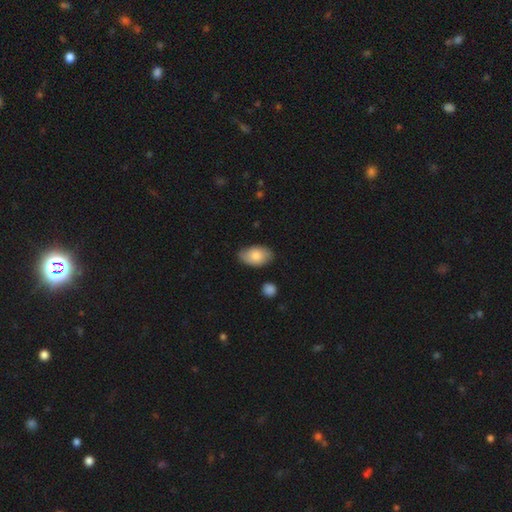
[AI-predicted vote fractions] Morphology: type=smooth (80%); roundness=in between (92%); merging=none (77%).